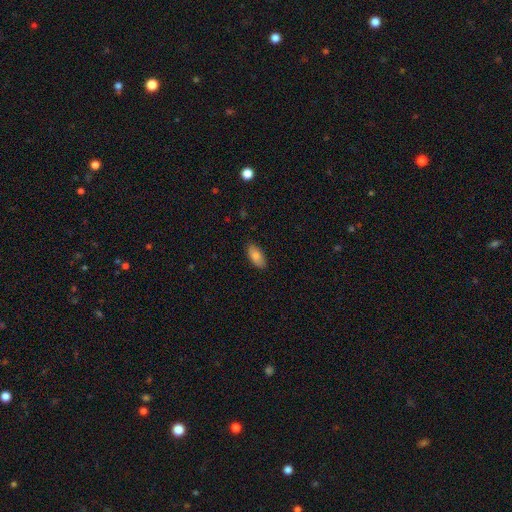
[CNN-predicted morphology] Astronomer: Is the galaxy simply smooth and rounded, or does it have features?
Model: smooth — 80%.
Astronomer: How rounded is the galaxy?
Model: in between — 90%.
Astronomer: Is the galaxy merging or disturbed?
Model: none — 86%.